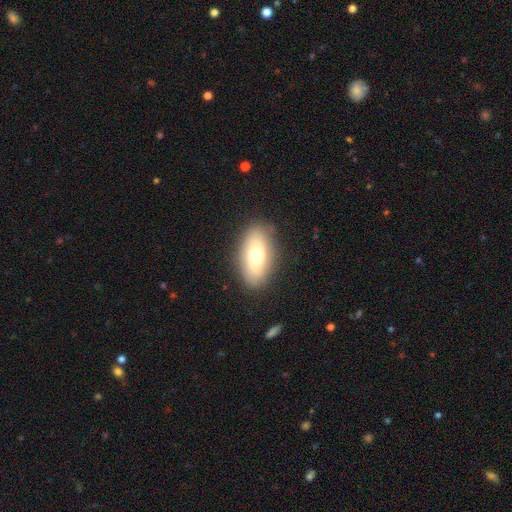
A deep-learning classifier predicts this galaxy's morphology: A smooth galaxy with no disk features (66%) that is in between round and cigar-shaped (89%).

Vote fractions:
- Smooth or featured? smooth: 66% / featured or disk: 27% / star or artifact: 7%
- How rounded? in between: 89% / cigar-shaped: 6% / round: 5%
- Merging? none: 83% / minor disturbance: 12% / major disturbance: 3% / merger: 1%